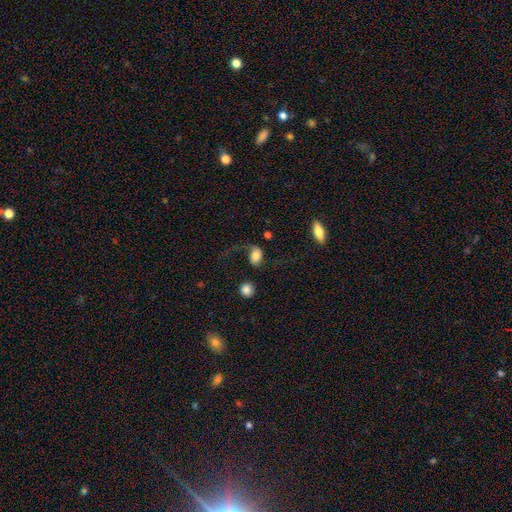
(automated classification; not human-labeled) Q: Smooth or featured?
A: smooth (63%); runner-up: featured or disk (28%)
Q: How rounded?
A: in between (78%); runner-up: round (19%)
Q: Merging?
A: none (39%); runner-up: major disturbance (36%)